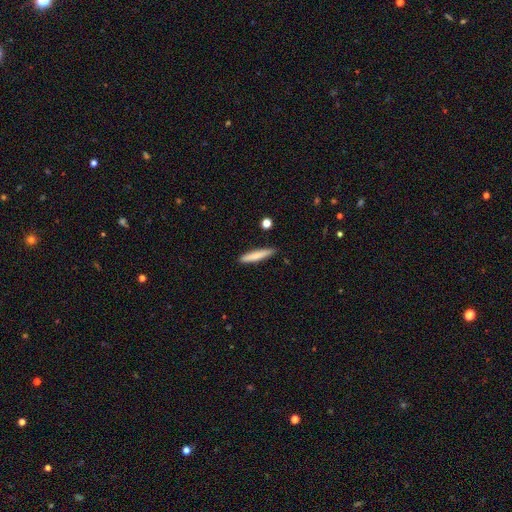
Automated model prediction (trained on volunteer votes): Smooth or featured? smooth (76%)
How rounded? cigar-shaped (91%)
Merging? none (86%)